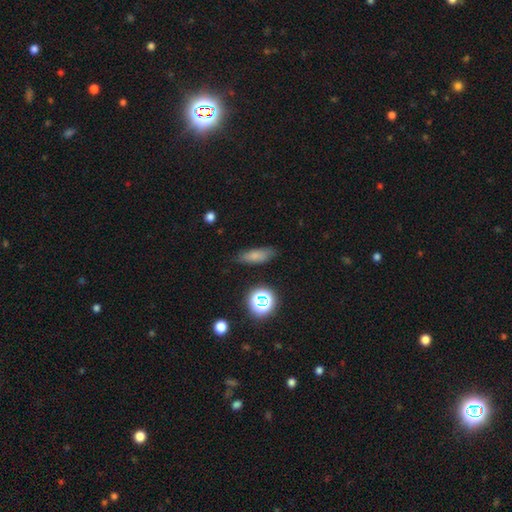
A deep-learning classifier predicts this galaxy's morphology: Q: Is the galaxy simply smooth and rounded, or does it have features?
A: smooth — 74%.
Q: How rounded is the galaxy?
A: in between — 60%.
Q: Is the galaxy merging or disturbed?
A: none — 80%.